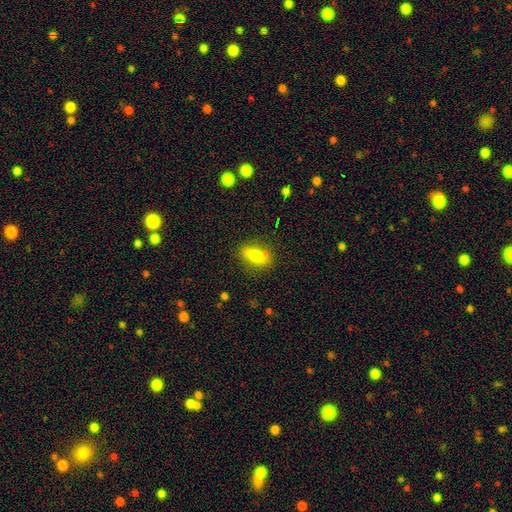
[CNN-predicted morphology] smooth-or-featured: smooth: 77% | featured or disk: 15% | star or artifact: 8%
  how-rounded: in between: 81% | cigar-shaped: 12% | round: 8%
  merging: none: 82% | minor disturbance: 13% | major disturbance: 3% | merger: 2%